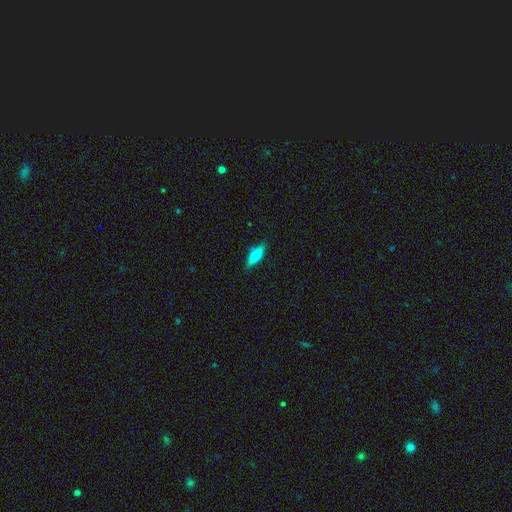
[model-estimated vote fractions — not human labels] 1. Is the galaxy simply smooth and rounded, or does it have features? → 62% smooth, 32% featured or disk, 7% star or artifact.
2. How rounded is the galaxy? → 52% in between, 46% cigar-shaped, 3% round.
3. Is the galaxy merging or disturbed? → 83% none, 13% minor disturbance, 2% major disturbance, 2% merger.